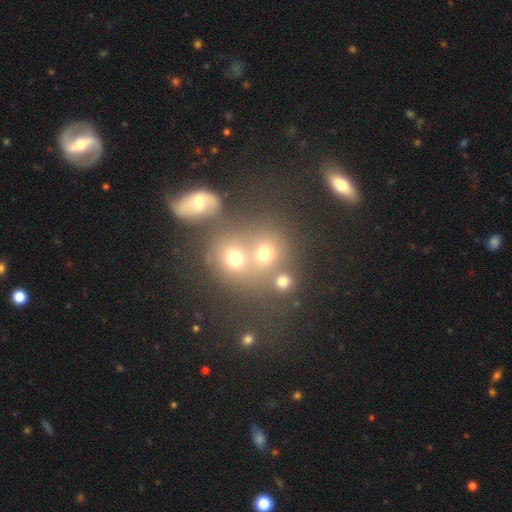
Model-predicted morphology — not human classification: Smooth or featured?
  - smooth: 54% *
  - star or artifact: 24%
  - featured or disk: 22%
How rounded?
  - round: 71% *
  - in between: 27%
  - cigar-shaped: 2%
Merging?
  - merger: 45% *
  - none: 40%
  - minor disturbance: 10%
  - major disturbance: 6%